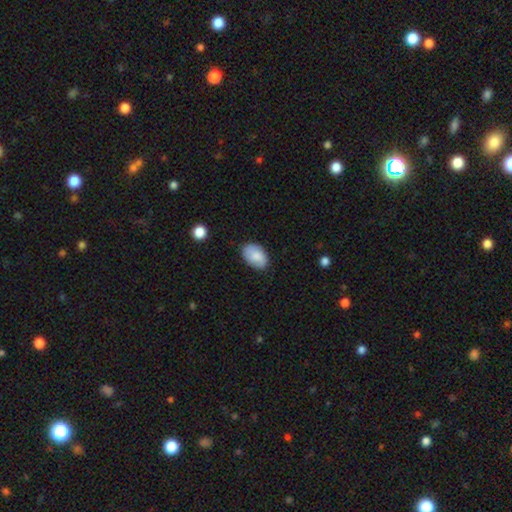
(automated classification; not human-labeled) smooth 82%, featured or disk 11%, star or artifact 6%. Down the decision tree: how rounded — in between (89%); merging — none (81%).